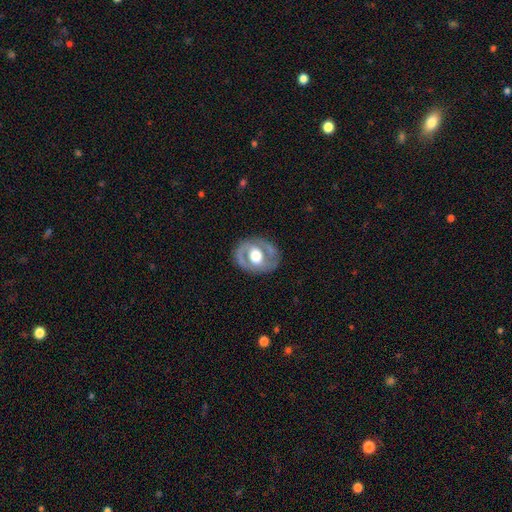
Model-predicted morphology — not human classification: Overall: featured or disk (71%). Edge-on disk: no (95%). Bar: no (65%). Spiral arms: yes (50%, tied with no). Bulge size: moderate (46%; large 45%). Merging: none (76%).